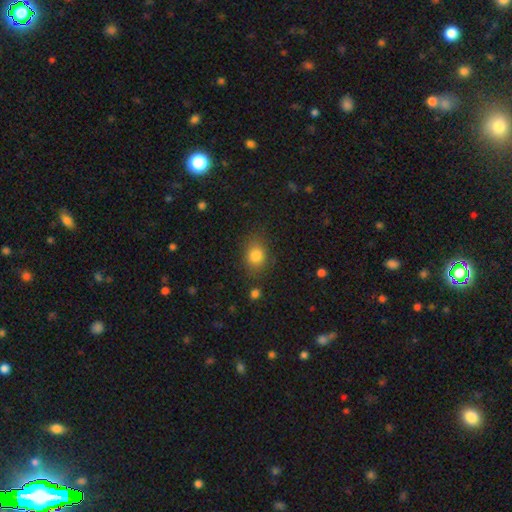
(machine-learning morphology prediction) Smooth or featured? Predicted: smooth (p=0.83). How rounded? Predicted: round (p=0.51). Merging? Predicted: none (p=0.79).